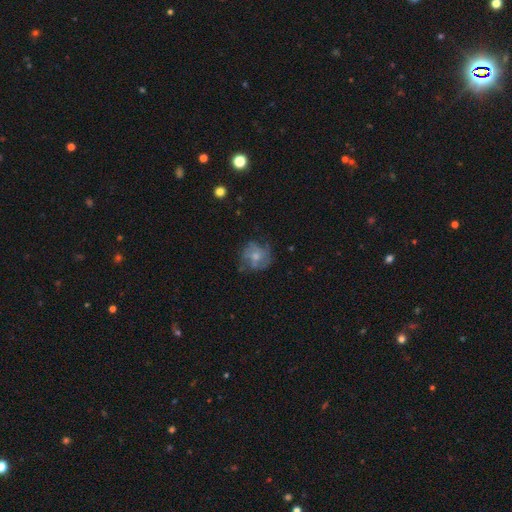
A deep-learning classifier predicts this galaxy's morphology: A smooth galaxy with no disk features (46%). Merging: none (58%).